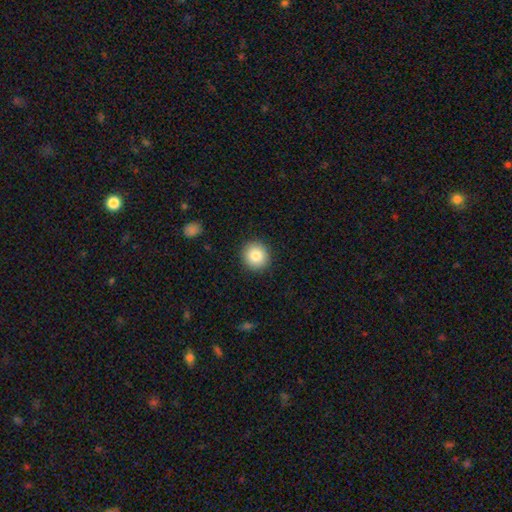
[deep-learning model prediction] Smooth or featured? smooth (84%)
How rounded? round (92%)
Merging? none (92%)